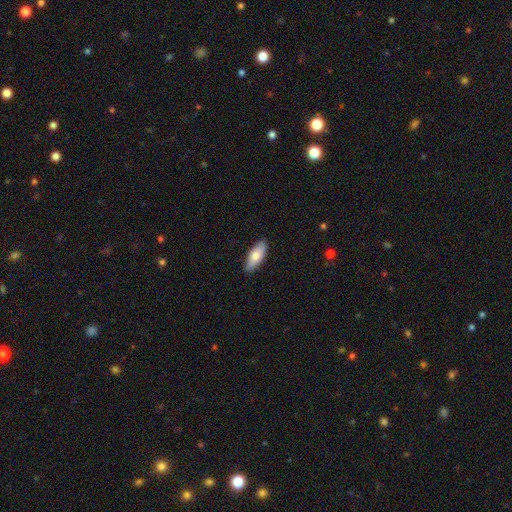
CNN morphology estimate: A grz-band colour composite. It shows a smooth galaxy with no disk features (75%) that is in between round and cigar-shaped (78%). Merging: none (88%).